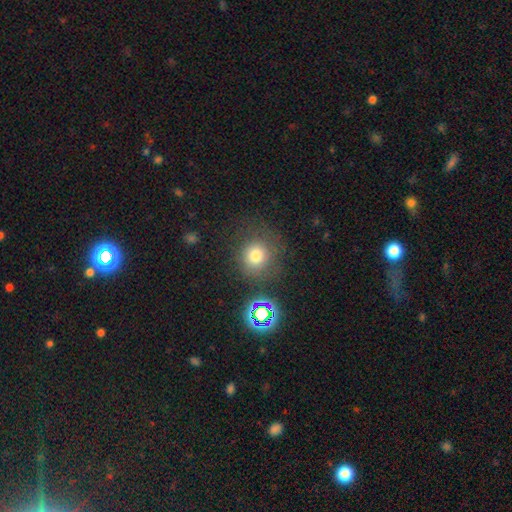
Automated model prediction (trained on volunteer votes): A smooth galaxy with no disk features (72%) that is round (87%). Merging: none (72%).